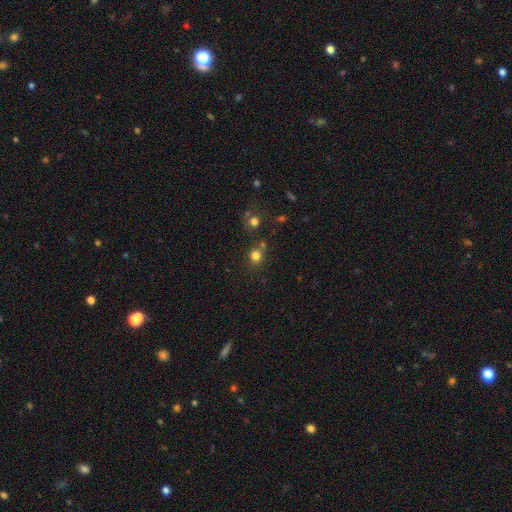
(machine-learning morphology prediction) The model was most divided on "merging": none: 69%, merger: 16%, minor disturbance: 10%, major disturbance: 4%. More confident: how rounded — round (86%); smooth or featured — smooth (78%).